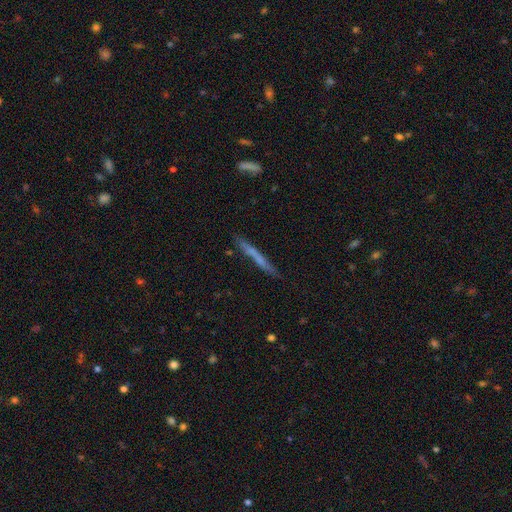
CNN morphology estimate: Smooth or featured? smooth (49%)
Merging? none (82%)